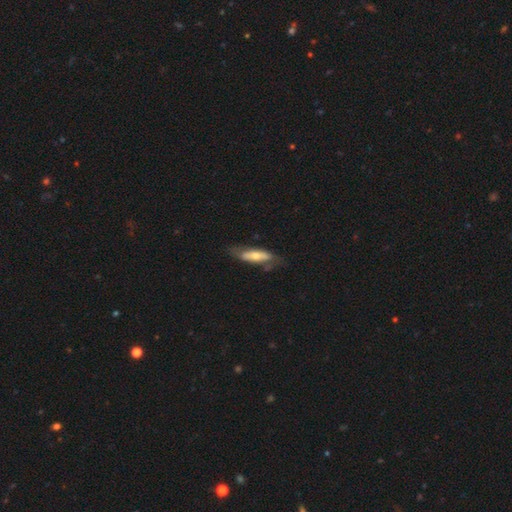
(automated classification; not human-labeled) Smooth or featured?
  - smooth: 51% *
  - featured or disk: 44%
  - star or artifact: 6%
How rounded?
  - in between: 49% * (tied)
  - cigar-shaped: 49% * (tied)
  - round: 2%
Merging?
  - none: 62% *
  - minor disturbance: 25%
  - major disturbance: 10%
  - merger: 3%